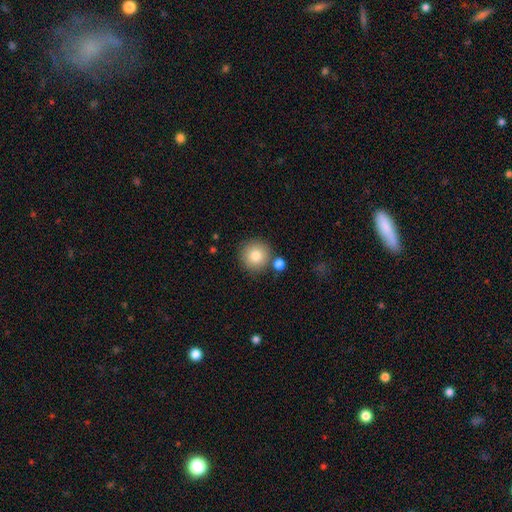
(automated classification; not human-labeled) The model was most divided on "merging": none: 79%, merger: 9%, minor disturbance: 9%, major disturbance: 3%. More confident: how rounded — round (95%); smooth or featured — smooth (82%).